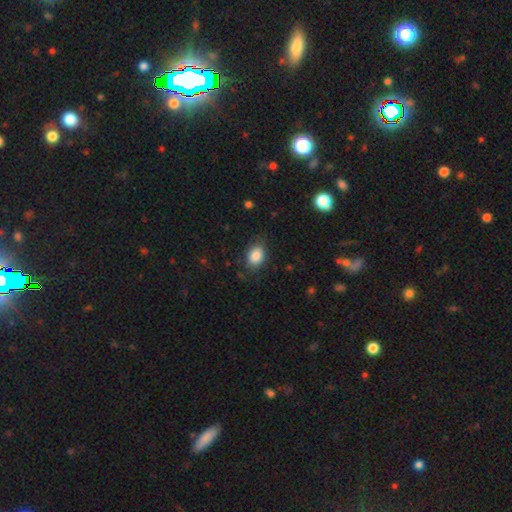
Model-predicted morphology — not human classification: Smooth or featured? smooth (86%)
How rounded? in between (79%)
Merging? none (80%)